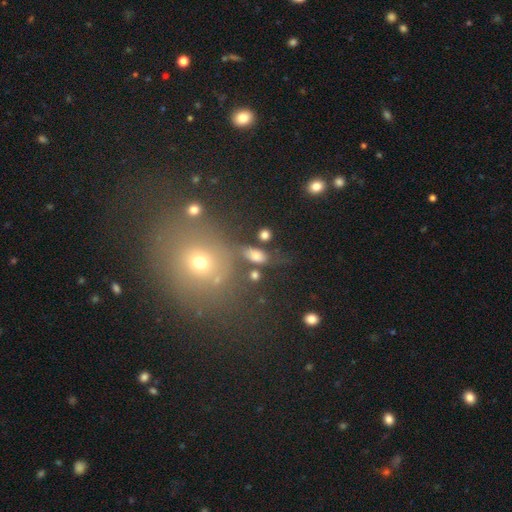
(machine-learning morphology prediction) A smooth galaxy with no disk features (70%) that is in between round and cigar-shaped (76%).

Vote fractions:
- Smooth or featured? smooth: 70% / star or artifact: 16% / featured or disk: 14%
- How rounded? in between: 76% / round: 17% / cigar-shaped: 7%
- Merging? none: 63% / minor disturbance: 15% / merger: 12% / major disturbance: 10%